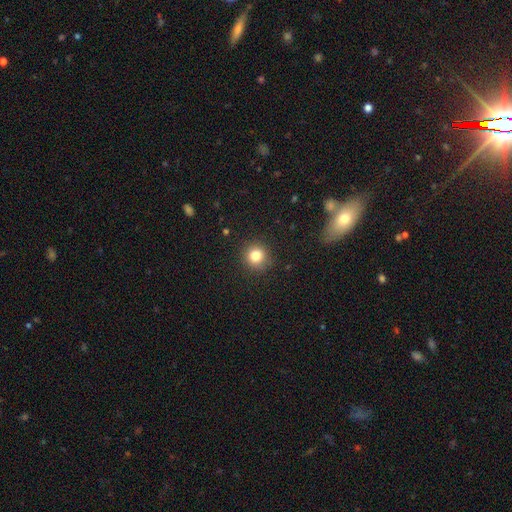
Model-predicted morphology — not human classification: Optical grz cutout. It shows a smooth galaxy with no disk features (82%) that is round (92%). Merging: none (90%).